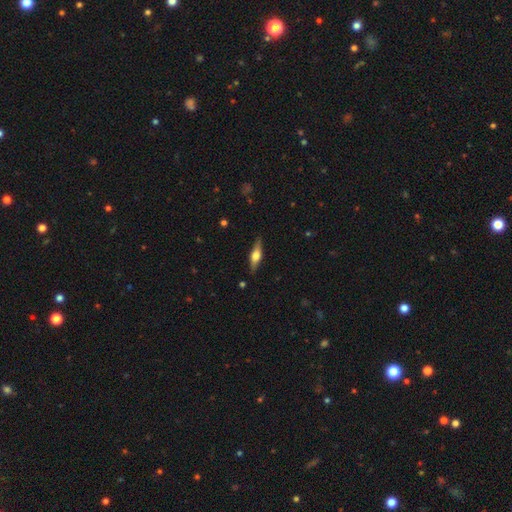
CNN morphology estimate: Smooth or featured?
  - featured or disk: 55% *
  - smooth: 39%
  - star or artifact: 6%
Edge-on disk?
  - yes: 94% *
  - no: 6%
Edge-on bulge?
  - rounded: 89% *
  - boxy: 9%
  - none: 2%
Merging?
  - none: 85% *
  - minor disturbance: 11%
  - major disturbance: 2%
  - merger: 1%